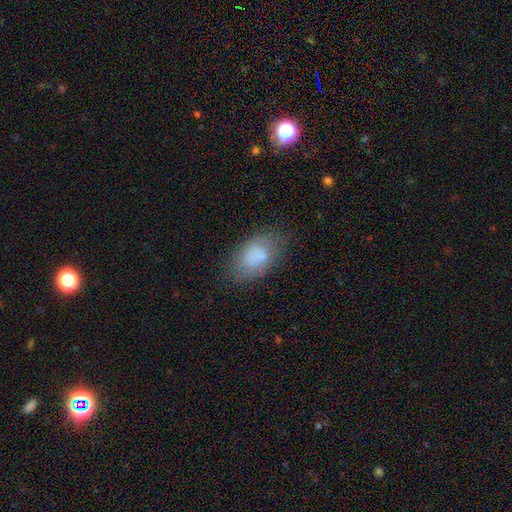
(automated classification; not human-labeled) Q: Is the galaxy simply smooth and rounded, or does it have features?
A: smooth — 78%.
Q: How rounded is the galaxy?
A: in between — 90%.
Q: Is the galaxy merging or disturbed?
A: none — 72%.